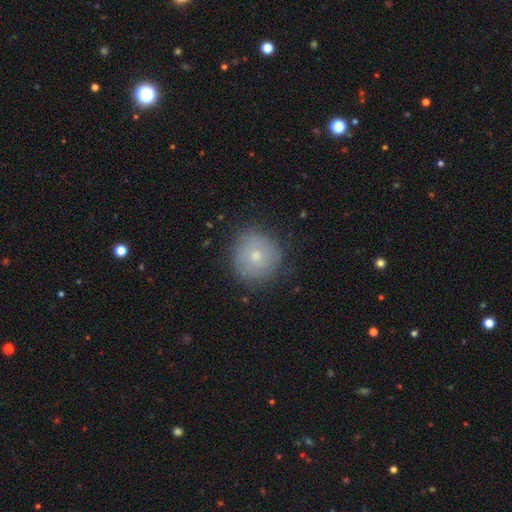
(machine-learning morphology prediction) This is possibly a smooth galaxy (59%). How rounded: clearly round (92%). Merging: likely none (80%).